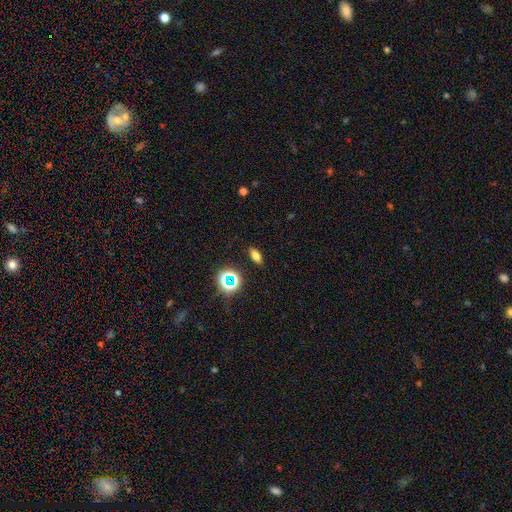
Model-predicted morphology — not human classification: smooth_or_featured: smooth (p=0.70) [alt: star or artifact p=0.19]
how_rounded: in between (p=0.73) [alt: cigar-shaped p=0.18]
merging: none (p=0.88) [alt: minor disturbance p=0.08]